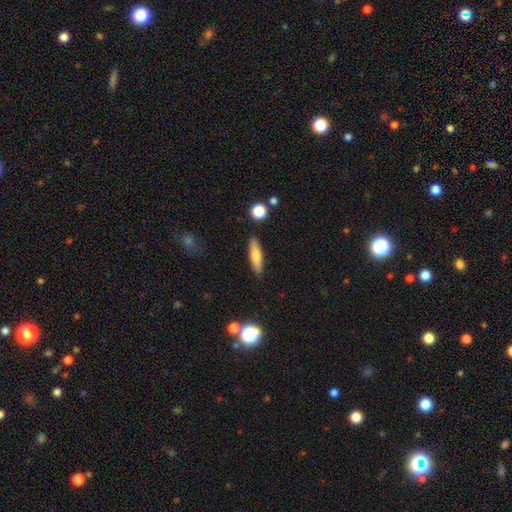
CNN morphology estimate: A smooth galaxy with no disk features (71%) that is cigar-shaped (65%).

Vote fractions:
- Smooth or featured? smooth: 71% / featured or disk: 22% / star or artifact: 7%
- How rounded? cigar-shaped: 65% / in between: 32% / round: 2%
- Merging? none: 86% / minor disturbance: 10% / merger: 2% / major disturbance: 2%